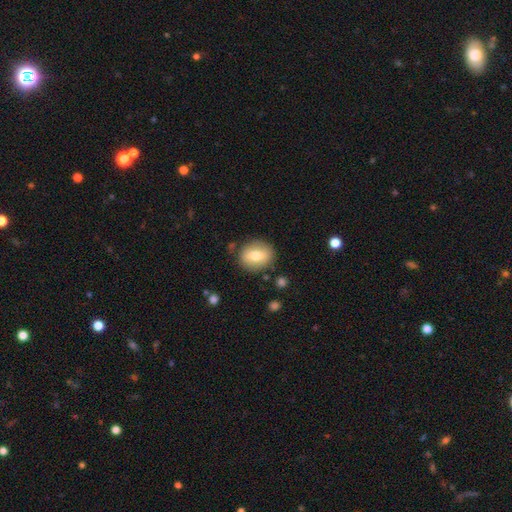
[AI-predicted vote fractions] Smooth or featured? smooth (69%)
How rounded? round (55%)
Merging? none (84%)